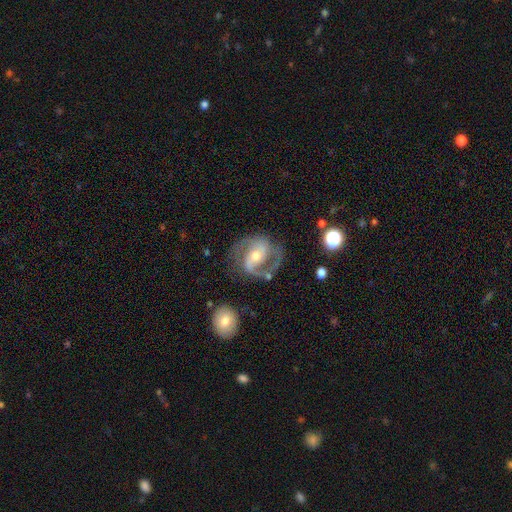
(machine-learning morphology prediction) Smooth or featured?
  - featured or disk: 88% *
  - smooth: 7%
  - star or artifact: 5%
Edge-on disk?
  - no: 97% *
  - yes: 3%
Bar?
  - weak: 38% *
  - strong: 34%
  - no: 28%
Spiral arms?
  - yes: 95% *
  - no: 5%
Spiral winding?
  - medium: 57% *
  - tight: 24%
  - loose: 19%
Spiral arm count?
  - 2: 90% *
  - can't tell: 4%
  - 1: 3%
  - 3: 2%
  - 4: 1%
  - more than 4: 1%
Bulge size?
  - moderate: 60% *
  - small: 33%
  - large: 4%
  - none: 1%
  - dominant: 1%
Merging?
  - none: 70% *
  - minor disturbance: 16%
  - major disturbance: 11%
  - merger: 3%